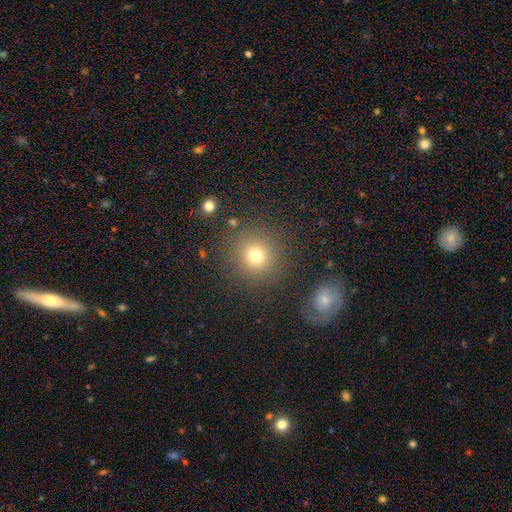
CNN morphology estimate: smooth-or-featured: smooth: 77% | star or artifact: 16% | featured or disk: 8%
  how-rounded: round: 92% | in between: 7% | cigar-shaped: 1%
  merging: none: 86% | minor disturbance: 7% | merger: 4% | major disturbance: 3%